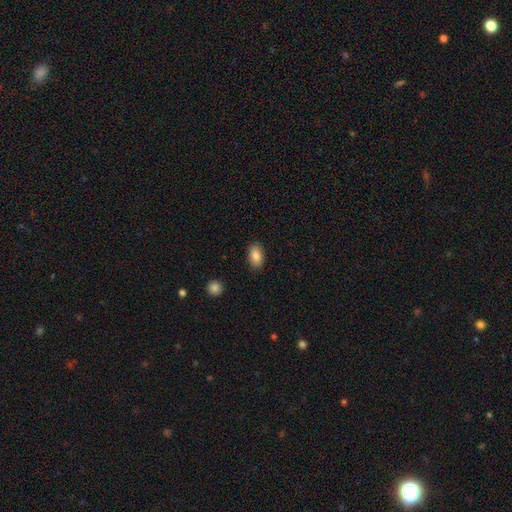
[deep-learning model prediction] A smooth galaxy with no disk features (86%) that is in between round and cigar-shaped (92%). Merging: none (87%).